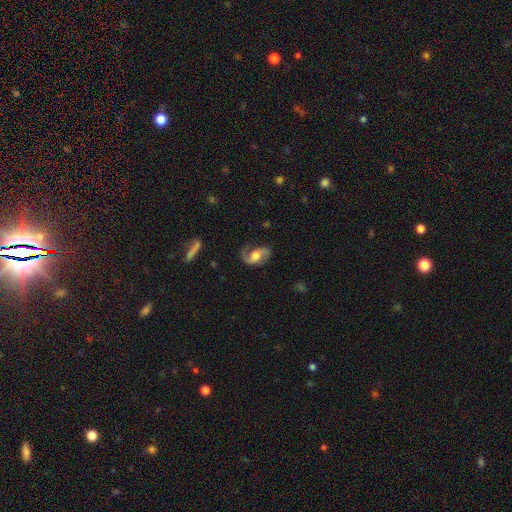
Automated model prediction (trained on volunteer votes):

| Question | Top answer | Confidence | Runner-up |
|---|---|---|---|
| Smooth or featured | featured or disk | 84% | smooth (10%) |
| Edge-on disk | no | 97% | yes (3%) |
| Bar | no | 48% | weak (38%) |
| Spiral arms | yes | 96% | no (4%) |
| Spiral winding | medium | 47% | loose (40%) |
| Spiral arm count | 2 | 90% | 1 (4%) |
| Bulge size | moderate | 63% | large (20%) |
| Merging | none | 75% | minor disturbance (16%) |